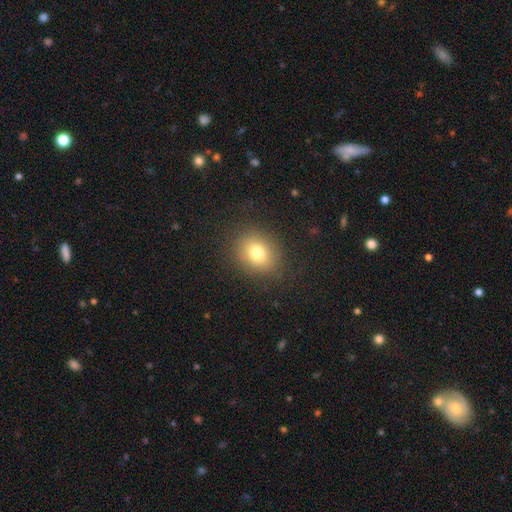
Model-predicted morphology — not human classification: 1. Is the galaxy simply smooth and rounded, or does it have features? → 77% smooth, 13% star or artifact, 11% featured or disk.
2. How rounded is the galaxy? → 64% round, 35% in between, 1% cigar-shaped.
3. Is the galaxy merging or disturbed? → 87% none, 8% minor disturbance, 4% major disturbance, 1% merger.